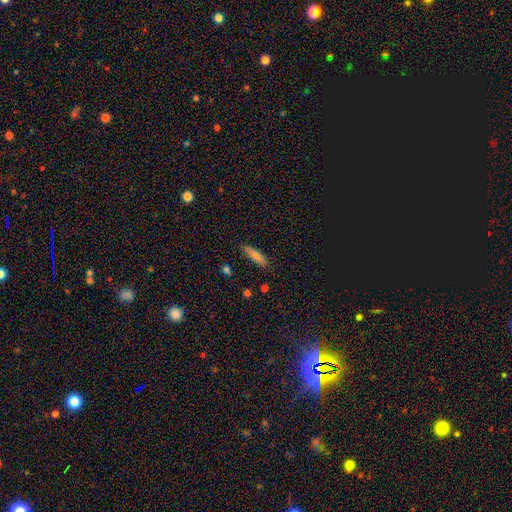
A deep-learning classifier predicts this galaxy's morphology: Smooth or featured: smooth — 70% (featured or disk — 21%)
How rounded: cigar-shaped — 72% (in between — 25%)
Merging: none — 86% (minor disturbance — 10%)